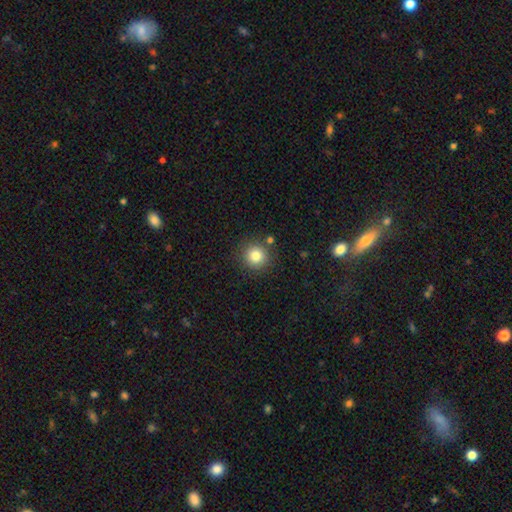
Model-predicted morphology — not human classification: Smooth or featured? smooth (82%)
How rounded? round (93%)
Merging? none (86%)